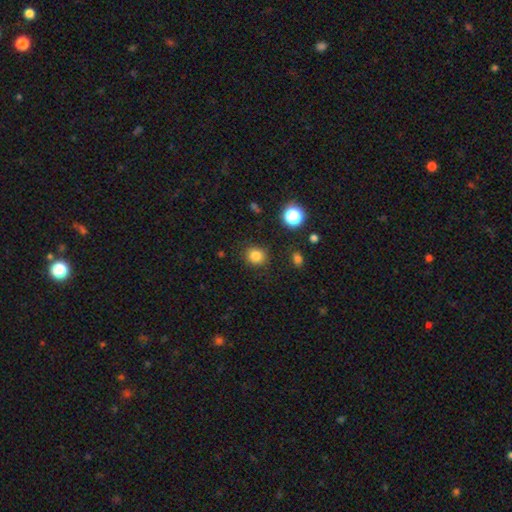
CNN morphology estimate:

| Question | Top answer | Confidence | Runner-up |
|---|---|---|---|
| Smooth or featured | smooth | 83% | star or artifact (13%) |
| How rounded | round | 84% | in between (15%) |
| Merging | none | 87% | minor disturbance (8%) |